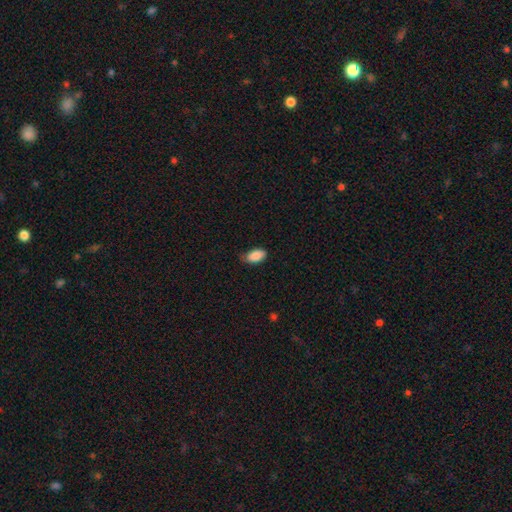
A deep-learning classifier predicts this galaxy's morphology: A smooth galaxy with no disk features (88%) that is in between round and cigar-shaped (94%).

Vote fractions:
- Smooth or featured? smooth: 88% / star or artifact: 7% / featured or disk: 5%
- How rounded? in between: 94% / round: 4% / cigar-shaped: 2%
- Merging? none: 68% / minor disturbance: 27% / major disturbance: 4% / merger: 1%